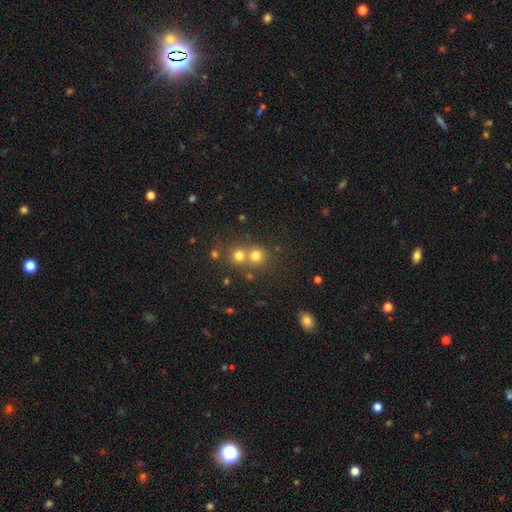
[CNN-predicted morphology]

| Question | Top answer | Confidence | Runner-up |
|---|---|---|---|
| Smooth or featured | smooth | 72% | star or artifact (18%) |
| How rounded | round | 88% | in between (11%) |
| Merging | none | 51% | merger (41%) |